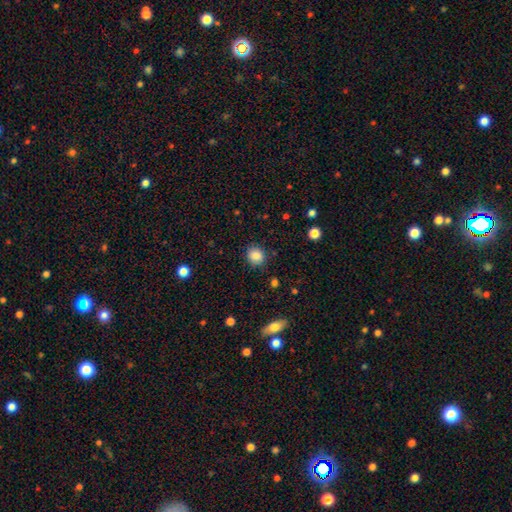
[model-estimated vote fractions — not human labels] The model was most divided on "how rounded": round: 74%, in between: 25%, cigar-shaped: 1%. More confident: merging — none (86%); smooth or featured — smooth (85%).